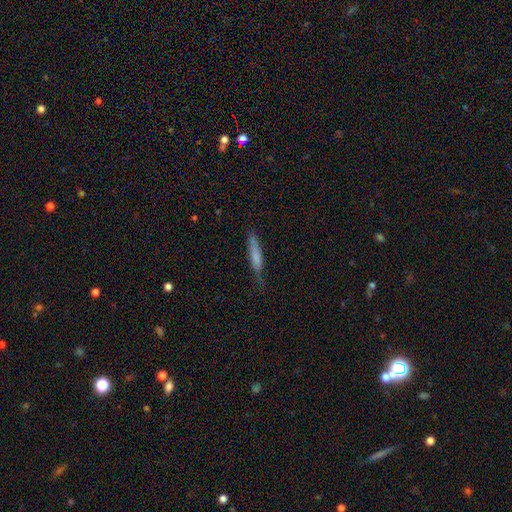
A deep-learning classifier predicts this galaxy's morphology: This appears to be a smooth galaxy with no disk features (65%) that is cigar-shaped (92%). Merging: none (71%).